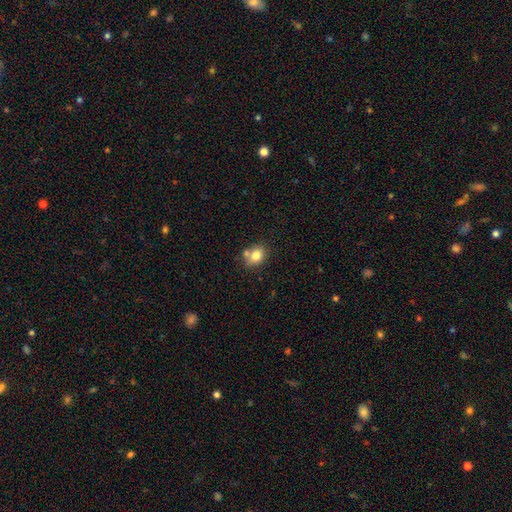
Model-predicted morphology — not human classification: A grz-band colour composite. It shows a smooth galaxy with no disk features (78%) that is in between round and cigar-shaped (59%). Merging: none (58%).